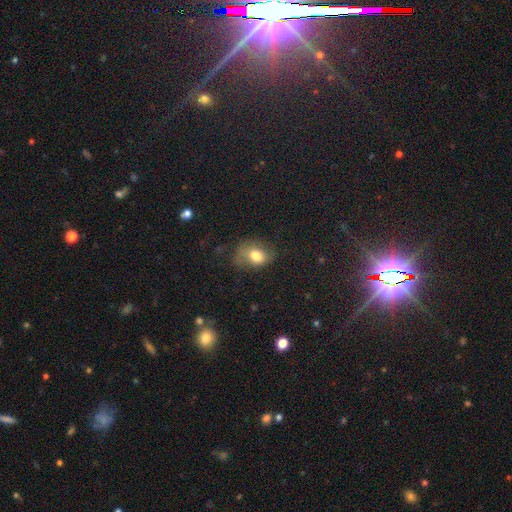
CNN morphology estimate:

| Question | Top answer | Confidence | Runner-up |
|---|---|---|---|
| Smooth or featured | smooth | 74% | featured or disk (16%) |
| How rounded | in between | 65% | round (34%) |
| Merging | none | 43% | minor disturbance (32%) |